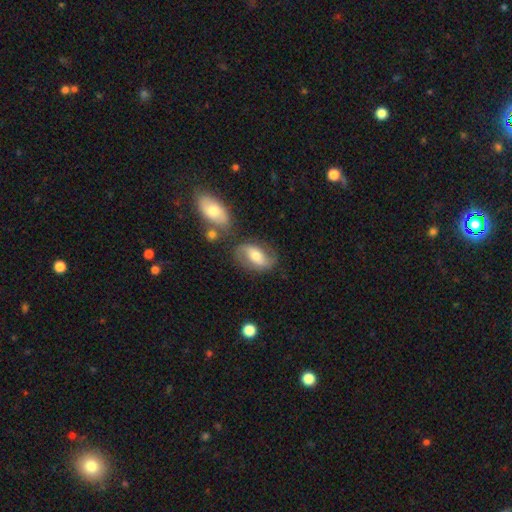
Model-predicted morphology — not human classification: Smooth or featured? featured or disk (63%)
Edge-on disk? no (95%)
Bar? no (40%)
Spiral arms? yes (87%)
Spiral winding? loose (43%)
Spiral arm count? 2 (88%)
Bulge size? moderate (59%)
Merging? none (66%)